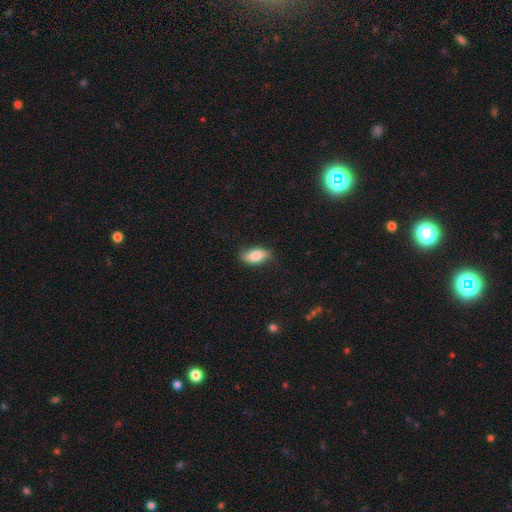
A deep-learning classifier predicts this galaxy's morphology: smooth-or-featured: smooth: 81% | featured or disk: 12% | star or artifact: 7%
  how-rounded: in between: 90% | cigar-shaped: 6% | round: 4%
  merging: none: 78% | minor disturbance: 17% | major disturbance: 3% | merger: 1%